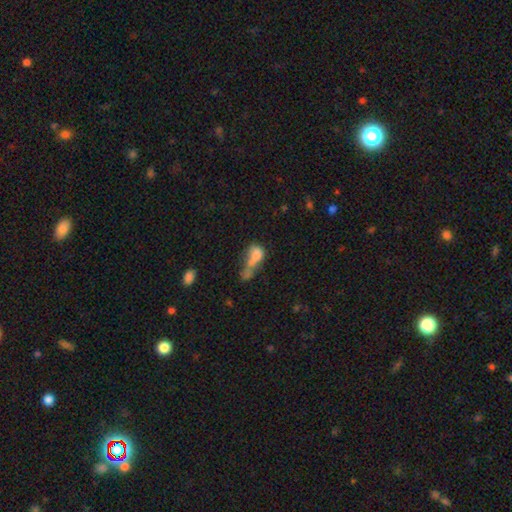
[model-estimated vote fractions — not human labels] smooth-or-featured: smooth: 69% | featured or disk: 19% | star or artifact: 12%
  how-rounded: in between: 61% | round: 31% | cigar-shaped: 8%
  merging: merger: 58% | none: 16% | major disturbance: 15% | minor disturbance: 10%